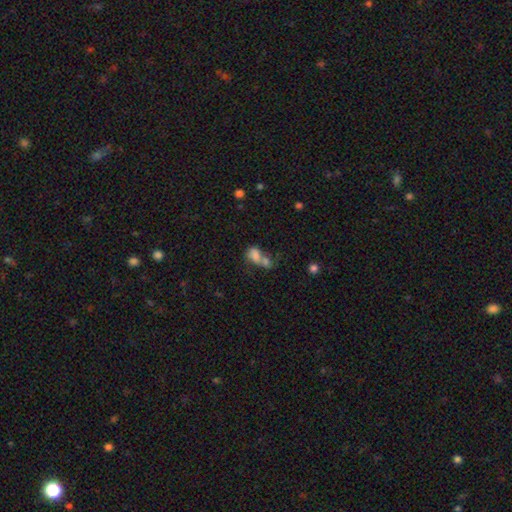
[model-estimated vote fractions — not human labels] smooth-or-featured: smooth: 71% | featured or disk: 16% | star or artifact: 12%
  how-rounded: in between: 75% | round: 22% | cigar-shaped: 3%
  merging: merger: 66% | none: 17% | major disturbance: 9% | minor disturbance: 9%